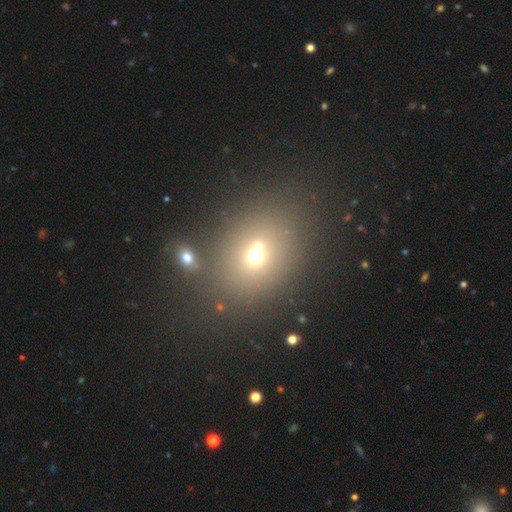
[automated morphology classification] A smooth galaxy with no disk features (62%) that is round (56%).

Vote fractions:
- Smooth or featured? smooth: 62% / star or artifact: 23% / featured or disk: 15%
- How rounded? round: 56% / in between: 43% / cigar-shaped: 1%
- Merging? none: 58% / merger: 26% / minor disturbance: 10% / major disturbance: 6%